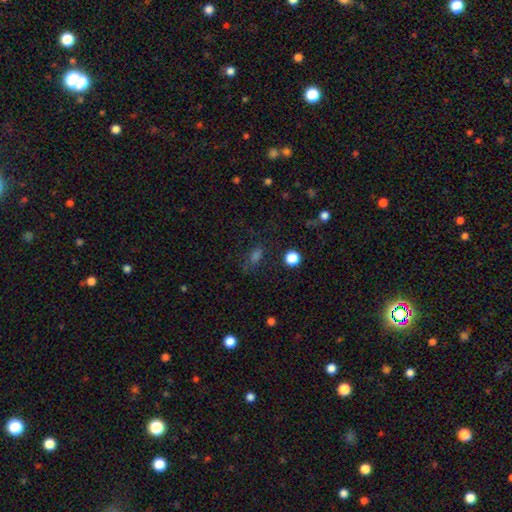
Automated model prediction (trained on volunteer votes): A smooth galaxy with no disk features (57%) that is in between round and cigar-shaped (71%).

Vote fractions:
- Smooth or featured? smooth: 57% / star or artifact: 32% / featured or disk: 11%
- How rounded? in between: 71% / round: 20% / cigar-shaped: 9%
- Merging? none: 69% / minor disturbance: 17% / major disturbance: 11% / merger: 3%